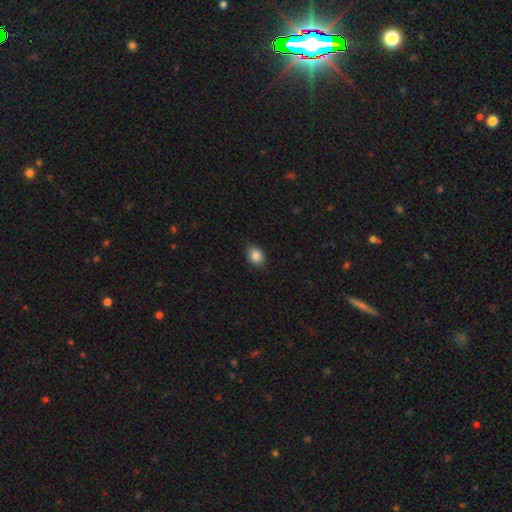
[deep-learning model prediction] Smooth or featured: smooth — 87% (star or artifact — 8%)
How rounded: in between — 75% (round — 24%)
Merging: none — 87% (minor disturbance — 10%)